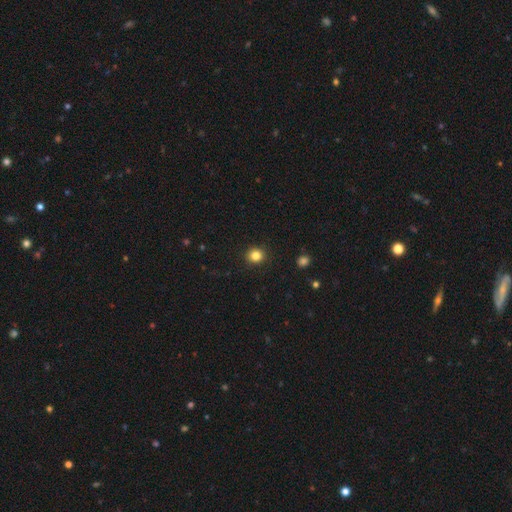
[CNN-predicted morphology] A smooth galaxy with no disk features (83%) that is round (90%).

Vote fractions:
- Smooth or featured? smooth: 83% / star or artifact: 12% / featured or disk: 5%
- How rounded? round: 90% / in between: 9% / cigar-shaped: 1%
- Merging? none: 92% / minor disturbance: 5% / major disturbance: 2% / merger: 1%